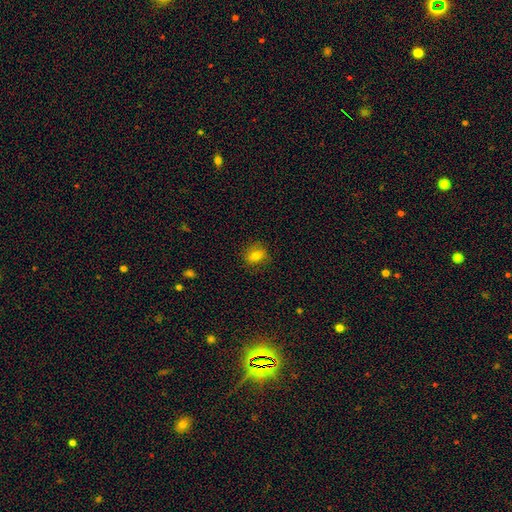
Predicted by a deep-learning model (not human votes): smooth-or-featured: smooth: 76% | featured or disk: 12% | star or artifact: 12%
  how-rounded: round: 52% | in between: 47% | cigar-shaped: 2%
  merging: none: 82% | minor disturbance: 14% | major disturbance: 4% | merger: 1%